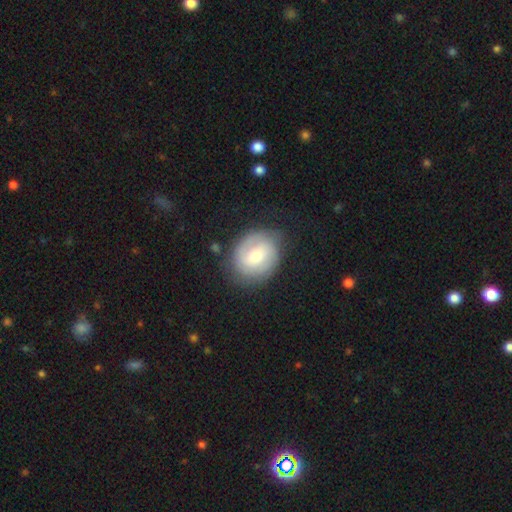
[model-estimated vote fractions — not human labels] Smooth or featured: featured or disk — 51% (smooth — 42%)
Edge-on disk: no — 97% (yes — 3%)
Merging: none — 71% (minor disturbance — 20%)